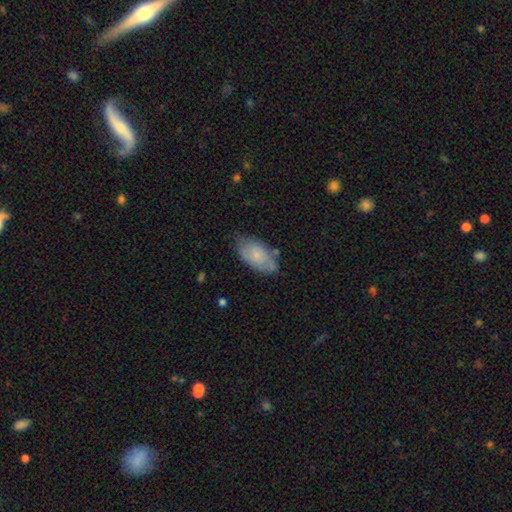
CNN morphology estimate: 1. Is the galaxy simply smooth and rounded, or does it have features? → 69% smooth, 24% featured or disk, 6% star or artifact.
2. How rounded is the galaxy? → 93% in between, 3% cigar-shaped, 3% round.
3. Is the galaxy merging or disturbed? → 66% none, 26% minor disturbance, 5% major disturbance, 3% merger.